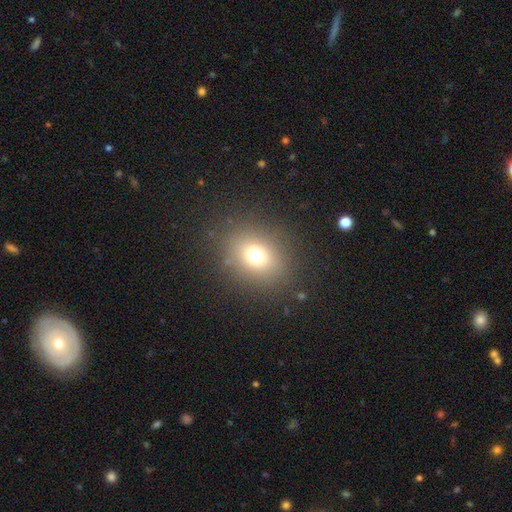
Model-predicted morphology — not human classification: This appears to be a smooth galaxy with no disk features (71%) that is round (59%). Merging: none (84%).